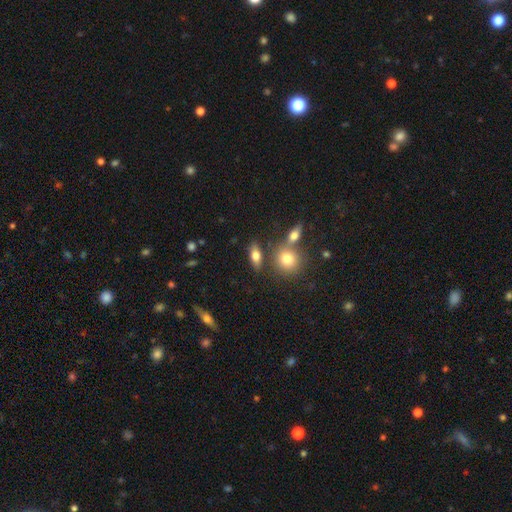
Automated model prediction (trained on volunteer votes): Smooth or featured? Predicted: smooth (p=0.70). How rounded? Predicted: in between (p=0.72). Merging? Predicted: none (p=0.72).